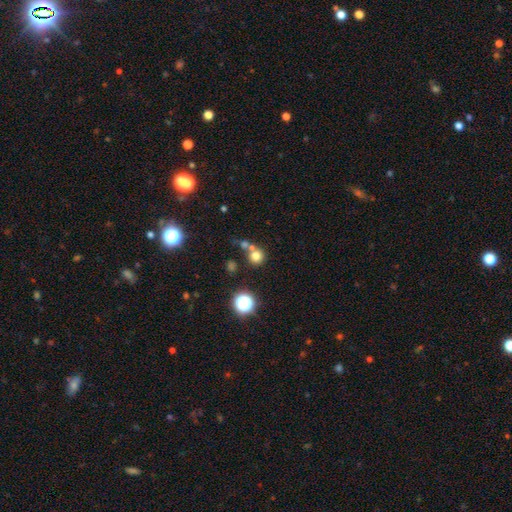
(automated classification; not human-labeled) smooth_or_featured: smooth (p=0.74) [alt: star or artifact p=0.17]
how_rounded: round (p=0.91) [alt: in between p=0.08]
merging: none (p=0.59) [alt: merger p=0.29]